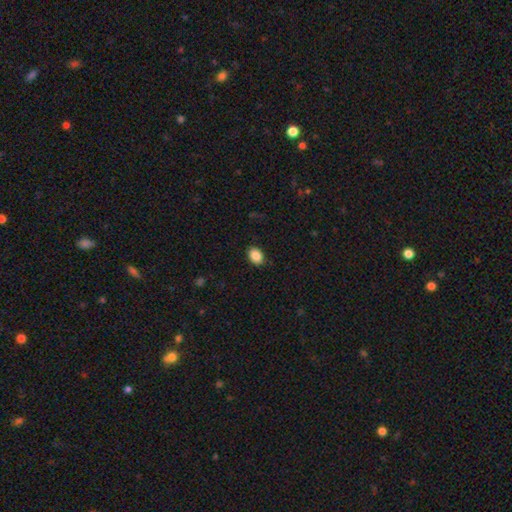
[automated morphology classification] Overall: smooth (88%). How rounded: in between (72%). Merging: none (87%).